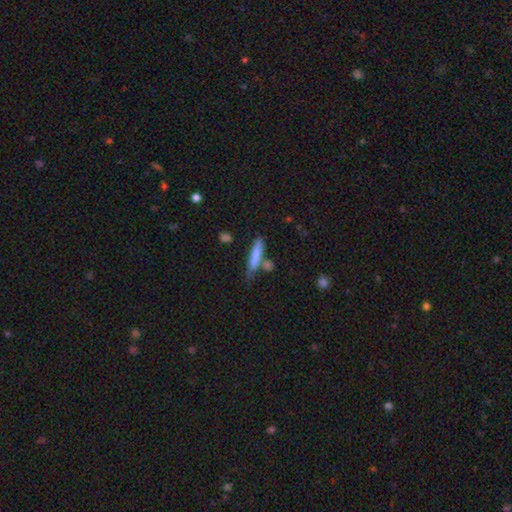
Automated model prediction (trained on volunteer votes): This appears to be a smooth galaxy with no disk features (77%) that is cigar-shaped (86%). Merging: none (63%).